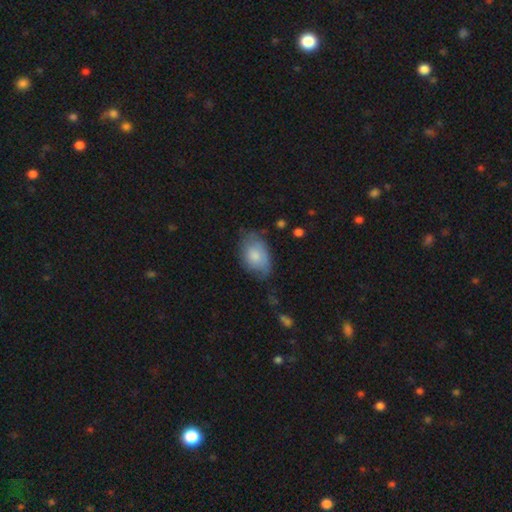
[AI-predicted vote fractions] The model was most divided on "merging": none: 54%, minor disturbance: 34%, major disturbance: 10%, merger: 2%. More confident: how rounded — in between (89%); smooth or featured — smooth (78%).